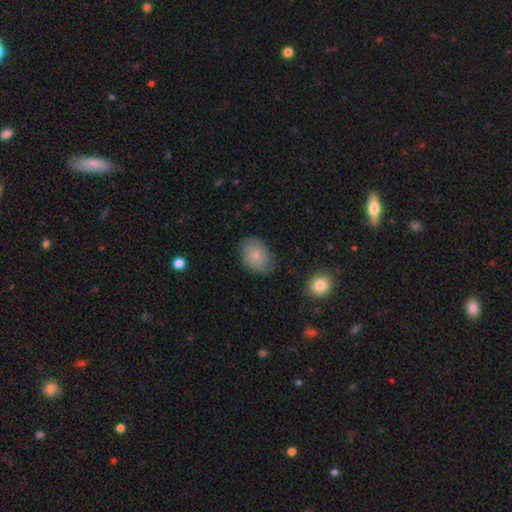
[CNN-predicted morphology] smooth_or_featured: smooth (p=0.72) [alt: featured or disk p=0.20]
how_rounded: in between (p=0.77) [alt: round p=0.22]
merging: none (p=0.77) [alt: minor disturbance p=0.18]